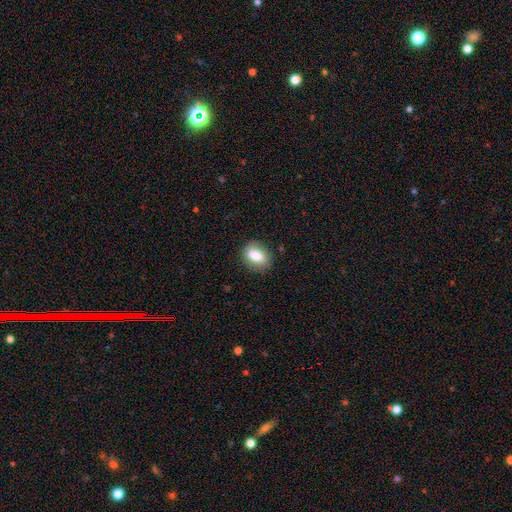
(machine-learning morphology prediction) Smooth or featured: smooth — 82% (featured or disk — 10%)
How rounded: in between — 73% (round — 24%)
Merging: none — 81% (minor disturbance — 14%)